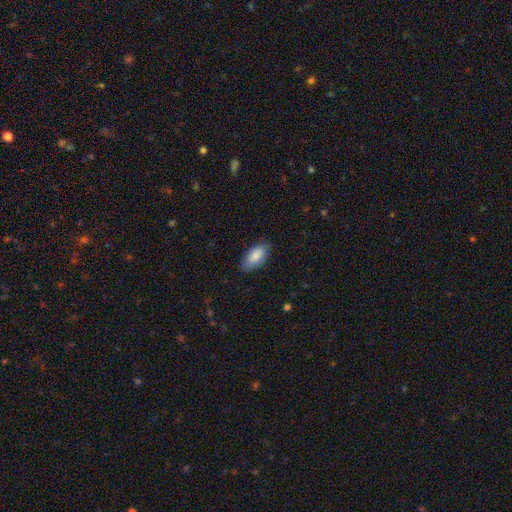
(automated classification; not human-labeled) This appears to be a smooth galaxy with no disk features (87%) that is in between round and cigar-shaped (90%). Merging: none (80%).